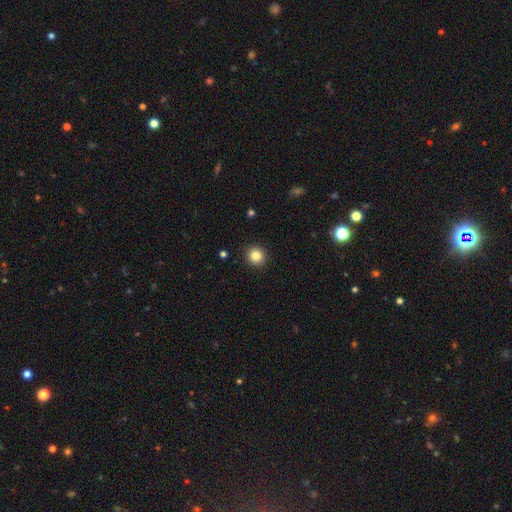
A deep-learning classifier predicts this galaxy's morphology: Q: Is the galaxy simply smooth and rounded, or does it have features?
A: smooth — 83%.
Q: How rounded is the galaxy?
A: round — 92%.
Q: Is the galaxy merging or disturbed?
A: none — 91%.